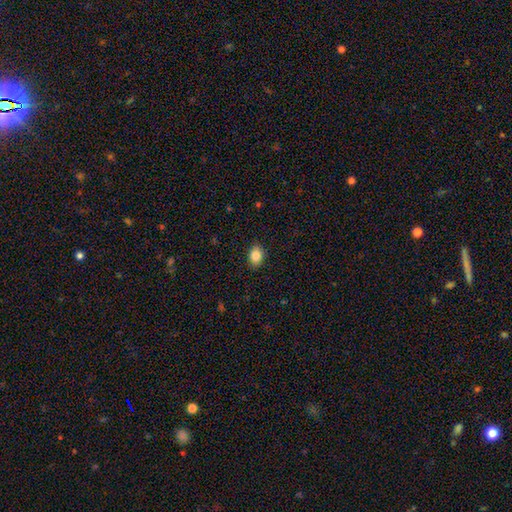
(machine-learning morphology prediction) Smooth or featured?
  - smooth: 85% *
  - star or artifact: 8%
  - featured or disk: 7%
How rounded?
  - in between: 77% *
  - round: 21%
  - cigar-shaped: 1%
Merging?
  - none: 89% *
  - minor disturbance: 8%
  - major disturbance: 2%
  - merger: 1%